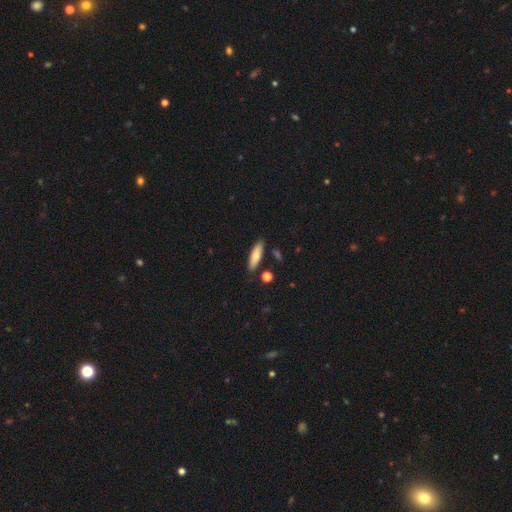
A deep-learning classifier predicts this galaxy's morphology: This appears to be a smooth galaxy with no disk features (71%) that is cigar-shaped (54%). Merging: none (84%).